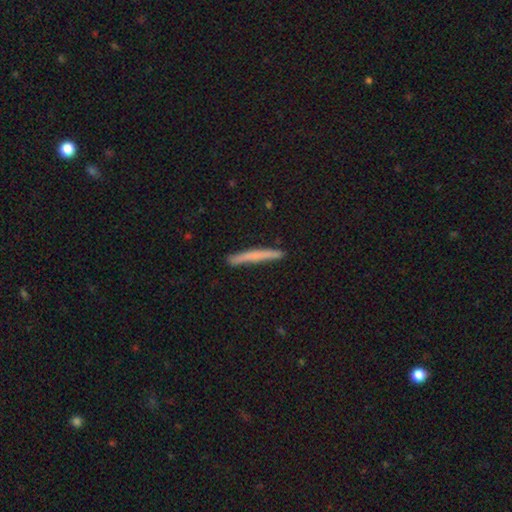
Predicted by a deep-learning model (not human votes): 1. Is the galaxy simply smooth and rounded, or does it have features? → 63% smooth, 31% featured or disk, 6% star or artifact.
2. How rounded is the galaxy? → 97% cigar-shaped, 2% in between, 1% round.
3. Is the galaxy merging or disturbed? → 85% none, 11% minor disturbance, 2% major disturbance, 2% merger.